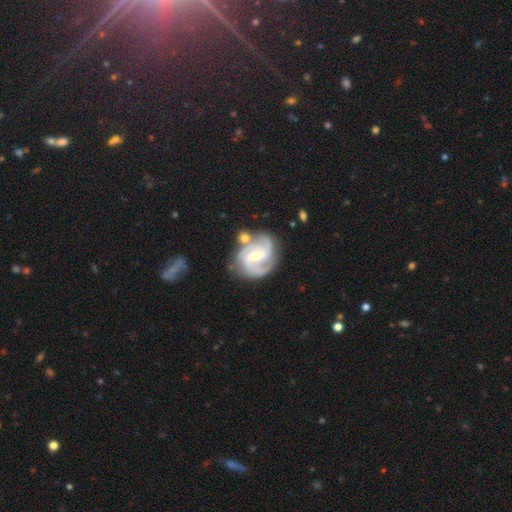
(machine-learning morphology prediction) The model was most divided on "bulge size": small: 50%, moderate: 46%, large: 2%, none: 1%, dominant: 1%. Remaining: spiral arms — yes (98%); edge-on disk — no (98%); smooth or featured — featured or disk (91%); merging — none (68%); spiral winding — medium (50%); bar — weak (49%); spiral arm count — 3 (49%).